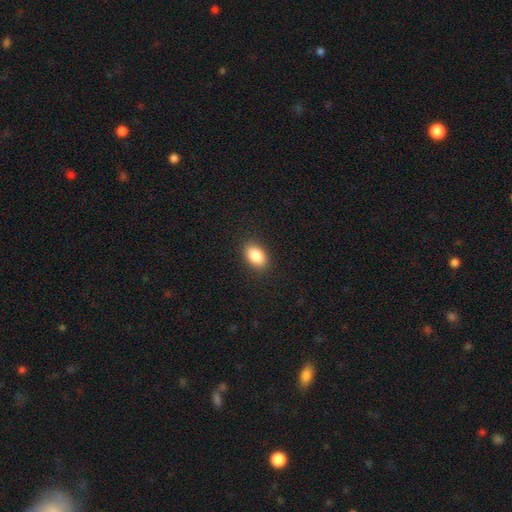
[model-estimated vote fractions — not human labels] This is clearly a smooth galaxy (87%). How rounded: clearly in between (88%). Merging: clearly none (88%).